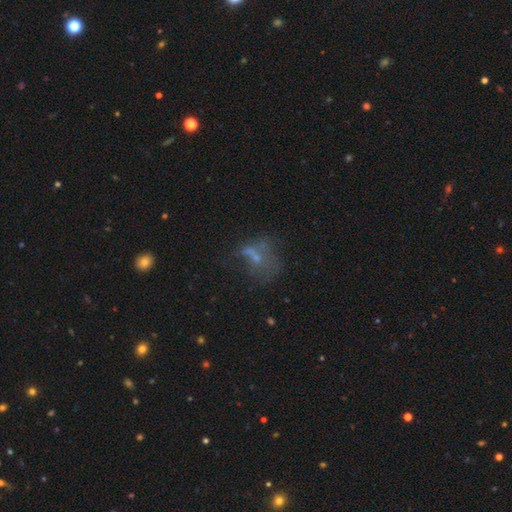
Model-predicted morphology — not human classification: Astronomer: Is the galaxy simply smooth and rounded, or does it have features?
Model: featured or disk — 37%, tied with smooth at 37%.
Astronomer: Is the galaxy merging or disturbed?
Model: major disturbance — 36% (runner-up: none, 35%).